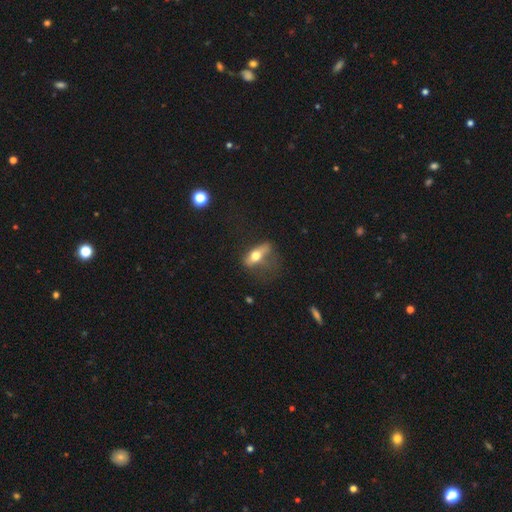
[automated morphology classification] type=smooth (58%); roundness=in between (68%); merging=major disturbance (43%).